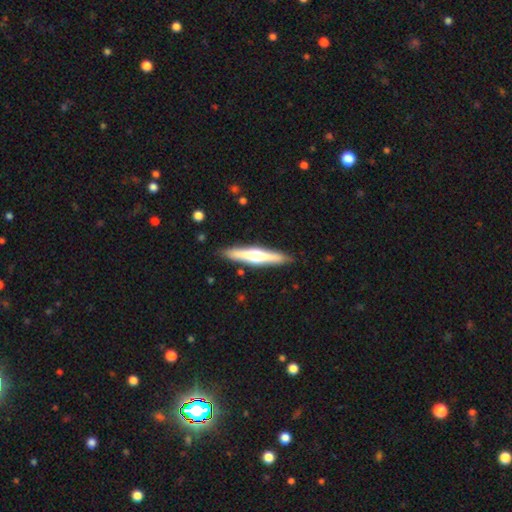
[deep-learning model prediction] This is possibly a featured or disk galaxy (56%). It is clearly viewed edge-on (95%). Edge-on bulge: clearly rounded (88%). Merging: clearly none (89%).